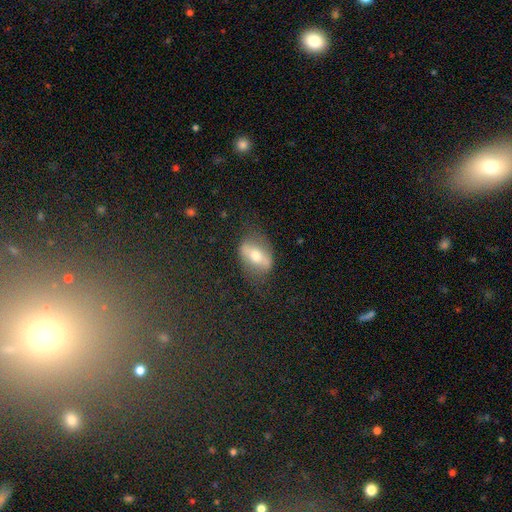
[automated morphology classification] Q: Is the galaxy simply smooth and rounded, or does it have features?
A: featured or disk — 51%.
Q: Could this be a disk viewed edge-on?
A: no — 76%.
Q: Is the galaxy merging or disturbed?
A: none — 70%.